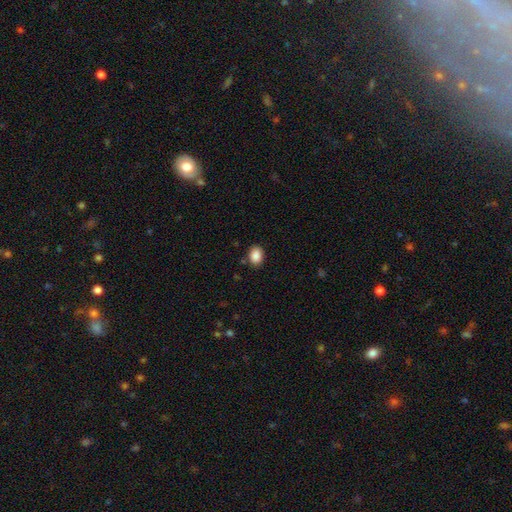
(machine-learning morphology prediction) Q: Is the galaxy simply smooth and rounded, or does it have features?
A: smooth — 89%.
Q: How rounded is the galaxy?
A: in between — 72%.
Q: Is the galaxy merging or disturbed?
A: none — 86%.